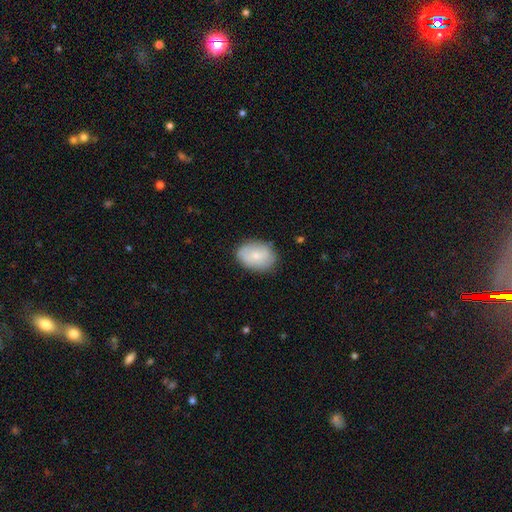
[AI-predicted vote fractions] The model was most divided on "how rounded": in between: 72%, round: 27%, cigar-shaped: 1%. More confident: merging — none (80%); smooth or featured — smooth (69%).